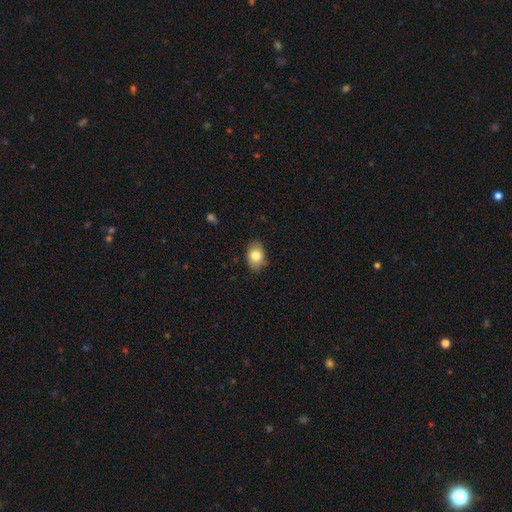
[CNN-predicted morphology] A smooth galaxy with no disk features (82%) that is in between round and cigar-shaped (83%).

Vote fractions:
- Smooth or featured? smooth: 82% / featured or disk: 11% / star or artifact: 8%
- How rounded? in between: 83% / round: 16% / cigar-shaped: 1%
- Merging? none: 83% / minor disturbance: 14% / major disturbance: 3% / merger: 1%